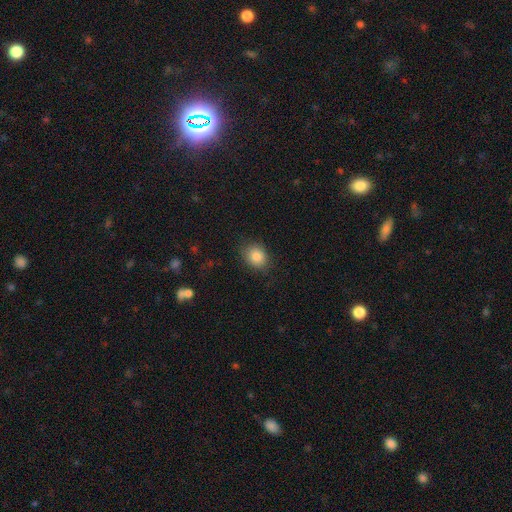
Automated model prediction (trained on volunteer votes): This appears to be a smooth galaxy with no disk features (85%) that is round (53%). Merging: none (81%).